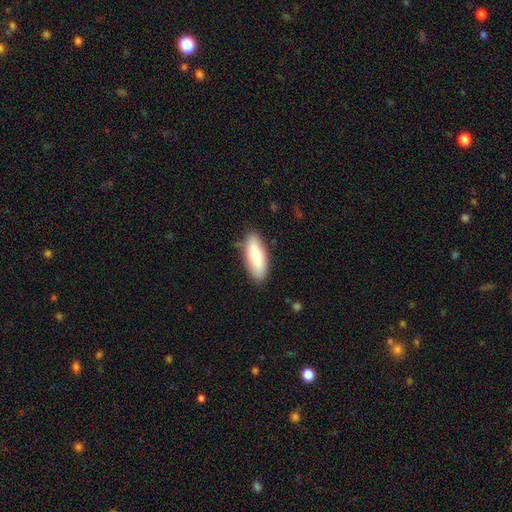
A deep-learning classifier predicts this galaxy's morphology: Smooth or featured: smooth — 72% (featured or disk — 22%)
How rounded: in between — 71% (cigar-shaped — 27%)
Merging: none — 83% (minor disturbance — 13%)